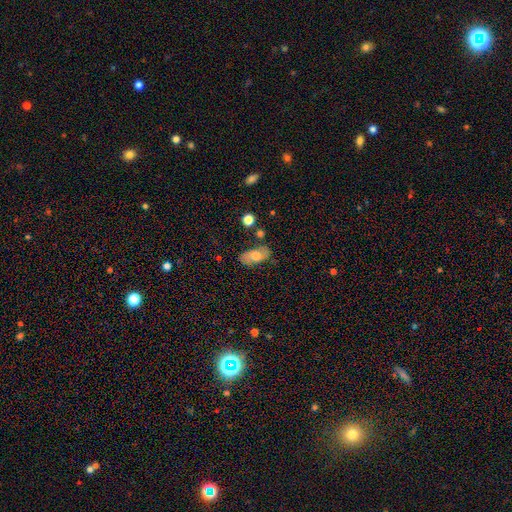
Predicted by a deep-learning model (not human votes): A smooth galaxy with no disk features (56%) that is in between round and cigar-shaped (90%). Merging: none (71%).